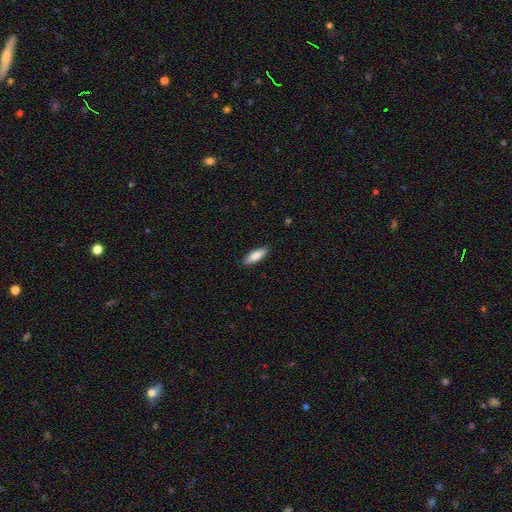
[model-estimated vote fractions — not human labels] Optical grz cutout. It shows a smooth galaxy with no disk features (79%) that is in between round and cigar-shaped (54%). Merging: none (89%).